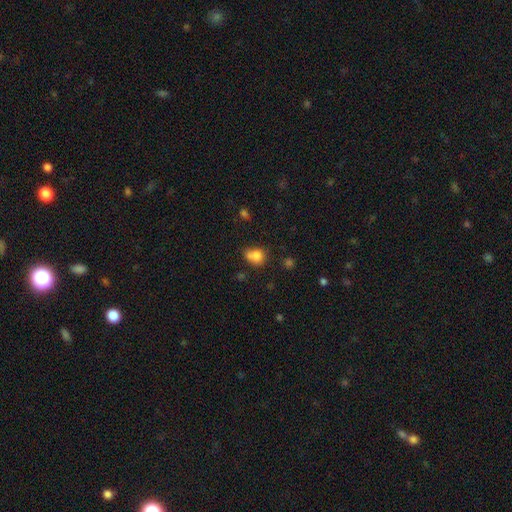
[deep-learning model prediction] A smooth galaxy with no disk features (78%) that is round (59%).

Vote fractions:
- Smooth or featured? smooth: 78% / star or artifact: 12% / featured or disk: 10%
- How rounded? round: 59% / in between: 40% / cigar-shaped: 1%
- Merging? none: 39% / merger: 32% / minor disturbance: 20% / major disturbance: 8%